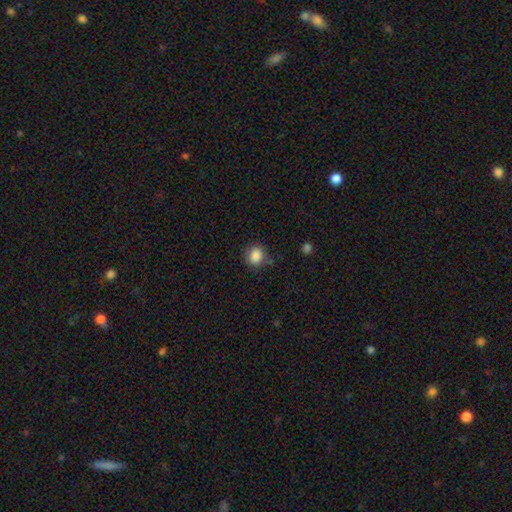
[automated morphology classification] Q: Smooth or featured?
A: smooth (87%); runner-up: star or artifact (10%)
Q: How rounded?
A: round (69%); runner-up: in between (30%)
Q: Merging?
A: none (79%); runner-up: minor disturbance (15%)